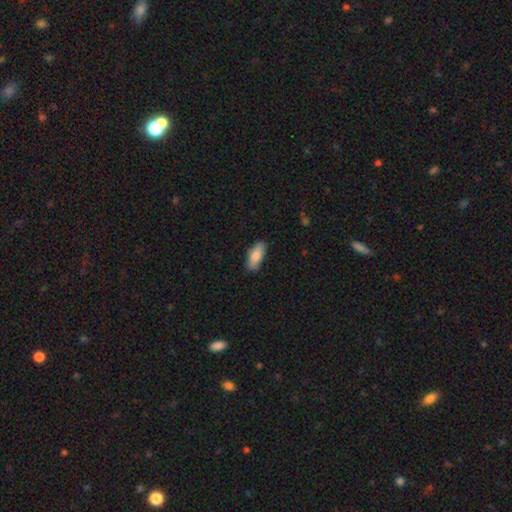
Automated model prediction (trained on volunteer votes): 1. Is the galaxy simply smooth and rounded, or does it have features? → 85% smooth, 9% featured or disk, 6% star or artifact.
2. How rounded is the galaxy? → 83% in between, 15% cigar-shaped, 2% round.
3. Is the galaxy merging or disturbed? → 83% none, 14% minor disturbance, 2% major disturbance, 1% merger.